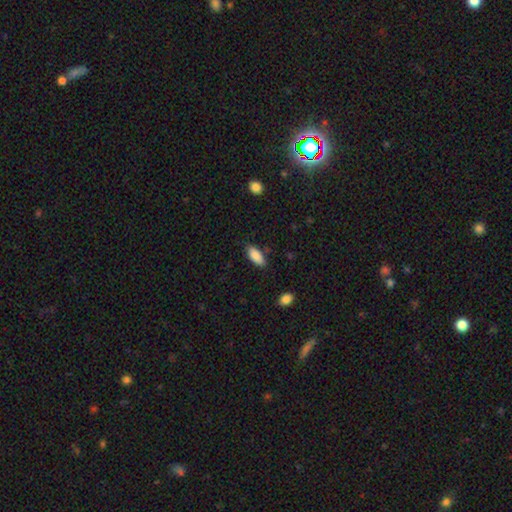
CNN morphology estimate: A smooth galaxy with no disk features (88%) that is in between round and cigar-shaped (85%).

Vote fractions:
- Smooth or featured? smooth: 88% / star or artifact: 6% / featured or disk: 5%
- How rounded? in between: 85% / cigar-shaped: 13% / round: 2%
- Merging? none: 82% / minor disturbance: 14% / major disturbance: 3% / merger: 2%